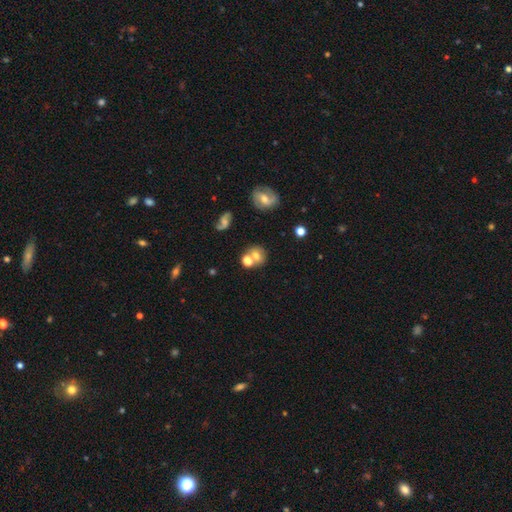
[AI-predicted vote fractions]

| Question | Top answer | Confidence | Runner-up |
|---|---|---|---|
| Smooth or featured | smooth | 64% | featured or disk (21%) |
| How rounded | round | 76% | in between (23%) |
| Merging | none | 54% | merger (29%) |